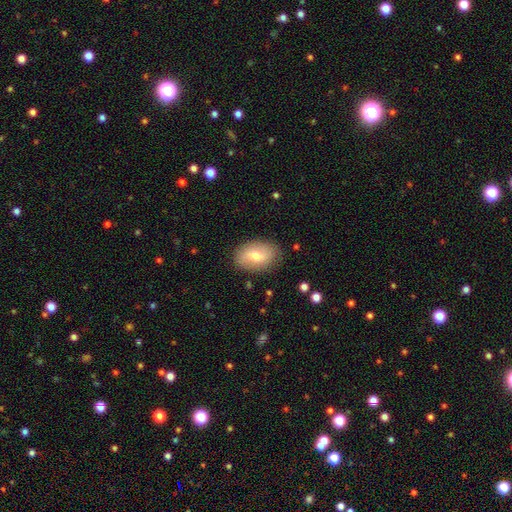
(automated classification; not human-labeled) The model was most divided on "smooth or featured": smooth: 60%, featured or disk: 33%, star or artifact: 7%. More confident: how rounded — in between (85%); merging — none (85%).